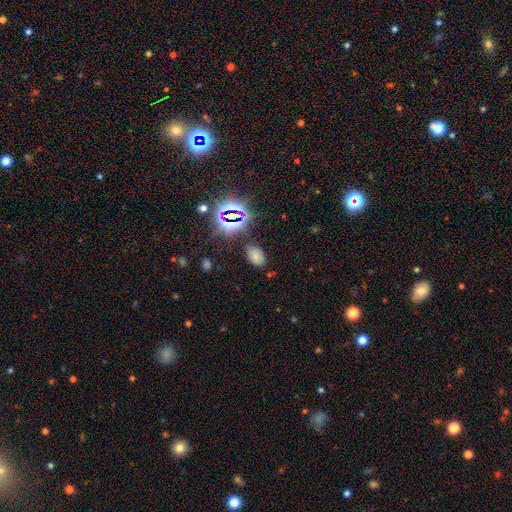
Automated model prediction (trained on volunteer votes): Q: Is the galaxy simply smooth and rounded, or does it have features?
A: smooth — 64%.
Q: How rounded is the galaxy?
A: in between — 88%.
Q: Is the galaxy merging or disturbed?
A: none — 79%.